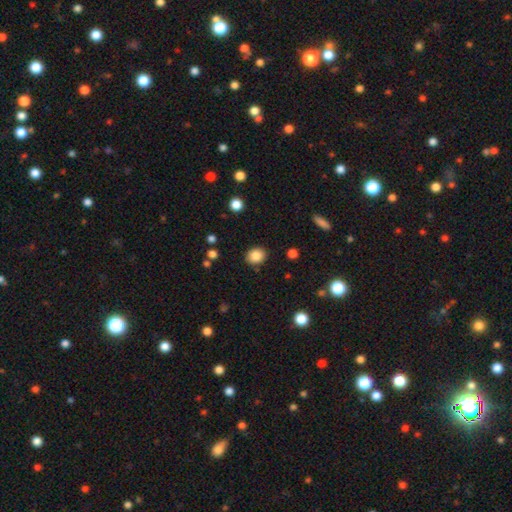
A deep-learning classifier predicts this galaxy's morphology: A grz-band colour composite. It shows a smooth galaxy with no disk features (85%) that is round (59%). Merging: none (88%).